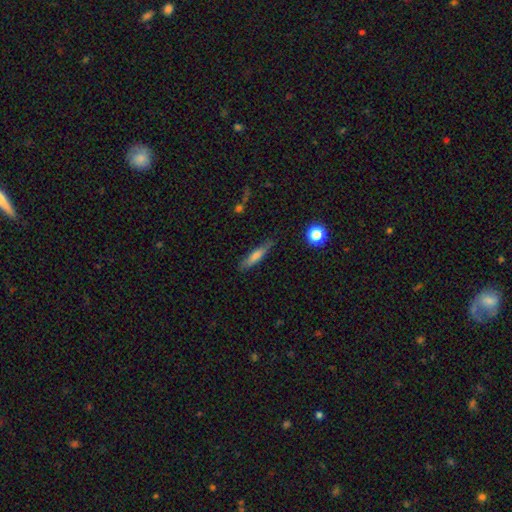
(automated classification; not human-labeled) Smooth or featured?
  - smooth: 59% *
  - featured or disk: 32%
  - star or artifact: 9%
How rounded?
  - cigar-shaped: 85% *
  - in between: 13%
  - round: 3%
Merging?
  - none: 81% *
  - minor disturbance: 14%
  - major disturbance: 3%
  - merger: 2%